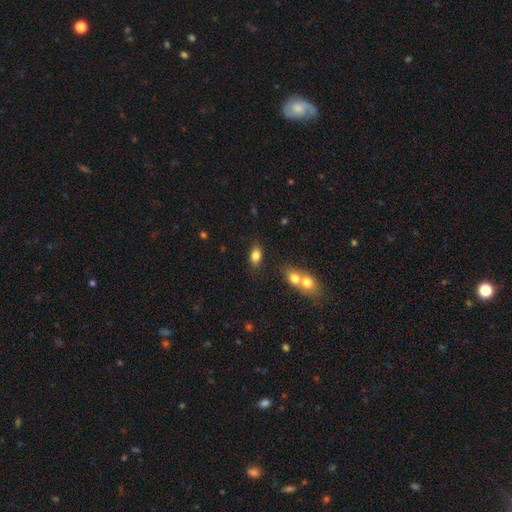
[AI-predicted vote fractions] A smooth galaxy with no disk features (82%) that is in between round and cigar-shaped (86%).

Vote fractions:
- Smooth or featured? smooth: 82% / star or artifact: 10% / featured or disk: 8%
- How rounded? in between: 86% / round: 11% / cigar-shaped: 3%
- Merging? none: 77% / minor disturbance: 11% / merger: 9% / major disturbance: 3%